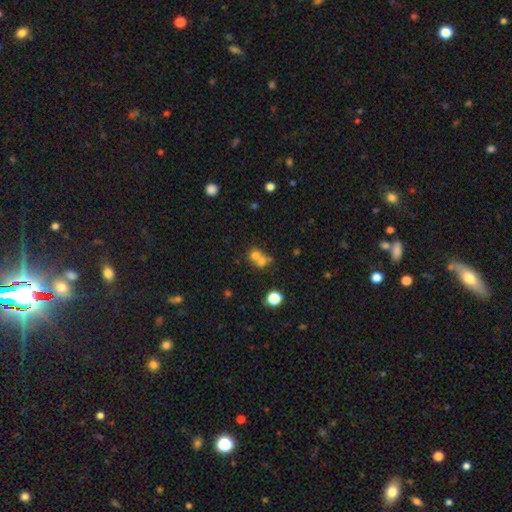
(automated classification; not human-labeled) Smooth or featured: smooth — 67% (featured or disk — 17%)
How rounded: round — 80% (in between — 19%)
Merging: merger — 58% (none — 33%)